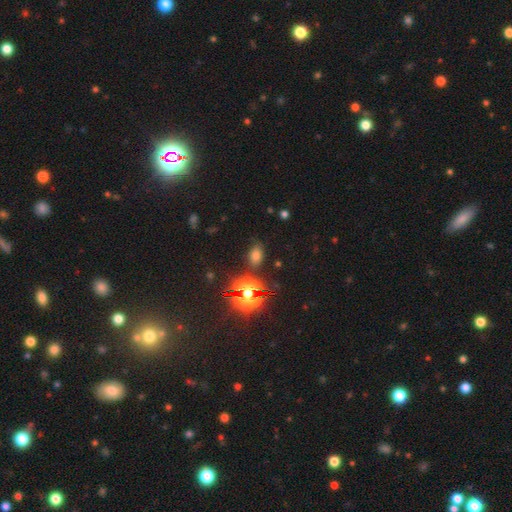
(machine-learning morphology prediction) The model was most divided on "smooth or featured": smooth: 62%, star or artifact: 31%, featured or disk: 7%. More confident: how rounded — in between (80%); merging — none (78%).